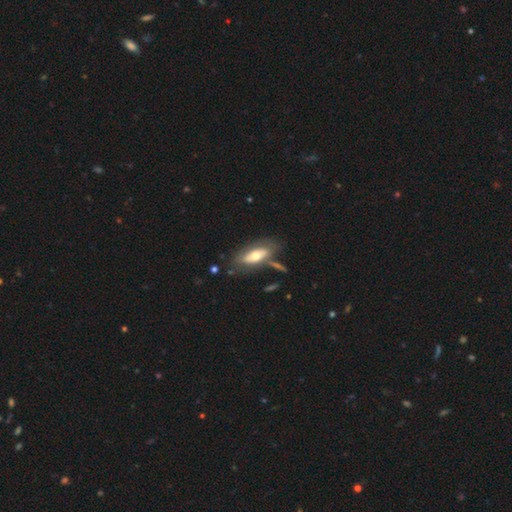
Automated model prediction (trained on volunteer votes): This is possibly a smooth galaxy (50%). How rounded: likely in between (80%). Merging: likely none (64%).